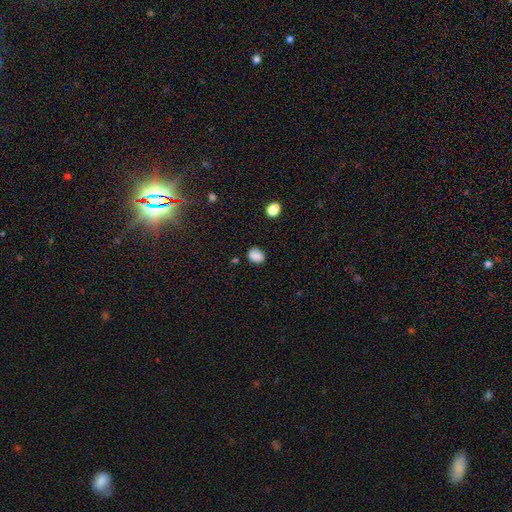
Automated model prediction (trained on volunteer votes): A smooth galaxy with no disk features (82%) that is in between round and cigar-shaped (58%).

Vote fractions:
- Smooth or featured? smooth: 82% / star or artifact: 10% / featured or disk: 8%
- How rounded? in between: 58% / round: 40% / cigar-shaped: 1%
- Merging? none: 74% / minor disturbance: 18% / major disturbance: 4% / merger: 3%